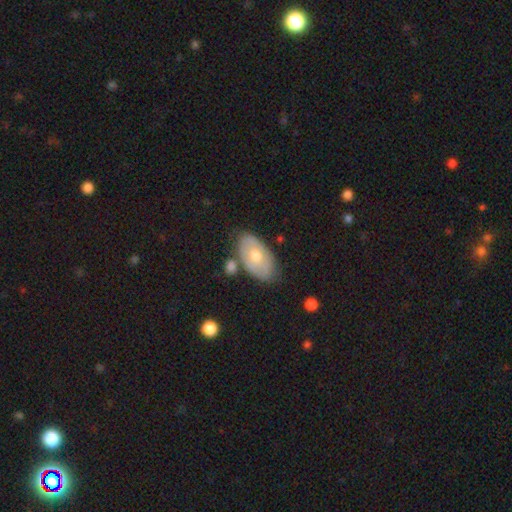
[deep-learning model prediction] Smooth or featured: smooth — 51% (featured or disk — 43%)
How rounded: in between — 92% (round — 6%)
Merging: none — 70% (minor disturbance — 18%)